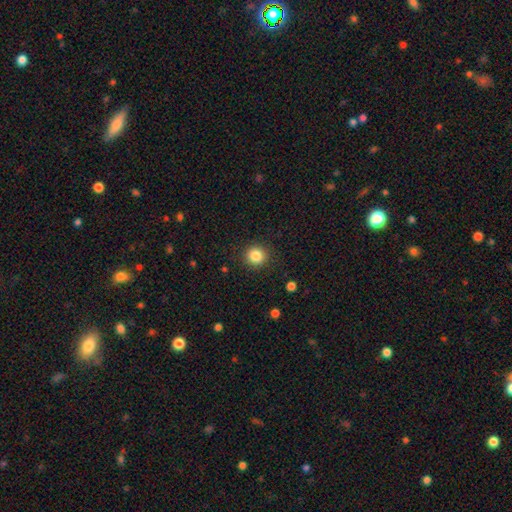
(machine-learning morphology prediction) Smooth or featured: smooth — 84% (star or artifact — 11%)
How rounded: round — 92% (in between — 7%)
Merging: none — 91% (minor disturbance — 6%)